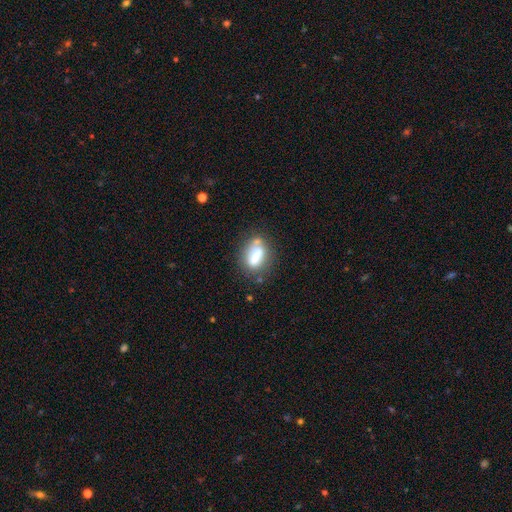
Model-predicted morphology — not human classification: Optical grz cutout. It shows a smooth galaxy with no disk features (65%) that is in between round and cigar-shaped (76%). Merging: none (50%).